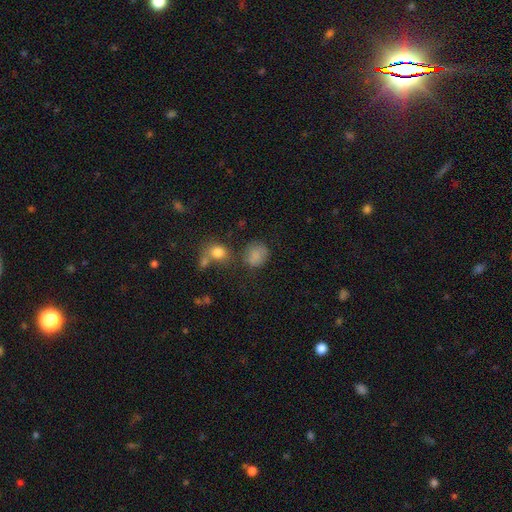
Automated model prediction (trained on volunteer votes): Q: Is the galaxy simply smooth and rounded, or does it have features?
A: smooth — 80%.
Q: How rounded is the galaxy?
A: round — 64%.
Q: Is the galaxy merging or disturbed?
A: none — 58%.